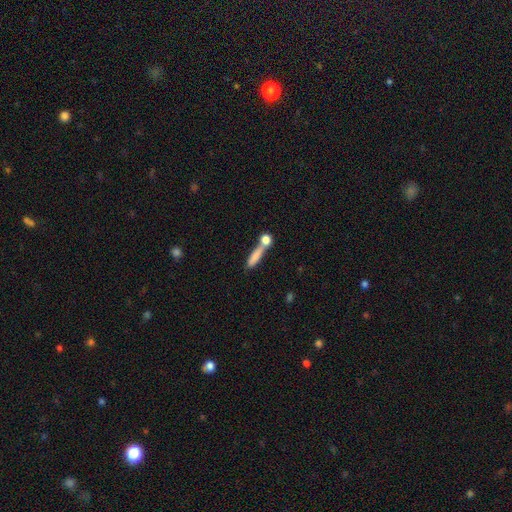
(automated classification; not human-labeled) Smooth or featured?
  - smooth: 75% *
  - featured or disk: 16%
  - star or artifact: 9%
How rounded?
  - cigar-shaped: 68% *
  - in between: 24%
  - round: 7%
Merging?
  - none: 44% *
  - merger: 36%
  - minor disturbance: 13%
  - major disturbance: 8%